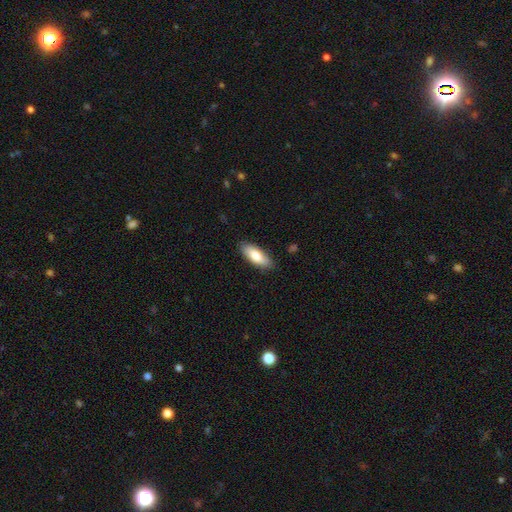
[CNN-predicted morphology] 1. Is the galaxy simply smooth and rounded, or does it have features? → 81% smooth, 13% featured or disk, 6% star or artifact.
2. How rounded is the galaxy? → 73% in between, 25% cigar-shaped, 2% round.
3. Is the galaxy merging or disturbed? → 86% none, 11% minor disturbance, 2% major disturbance, 1% merger.